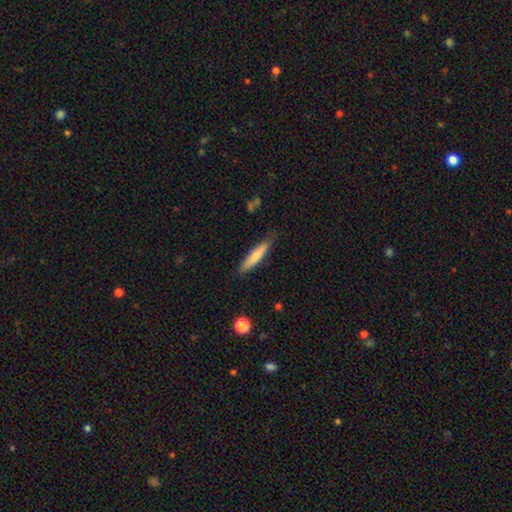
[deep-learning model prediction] smooth-or-featured: smooth: 76% | featured or disk: 19% | star or artifact: 6%
  how-rounded: cigar-shaped: 87% | in between: 12% | round: 1%
  merging: none: 80% | minor disturbance: 16% | major disturbance: 3% | merger: 1%